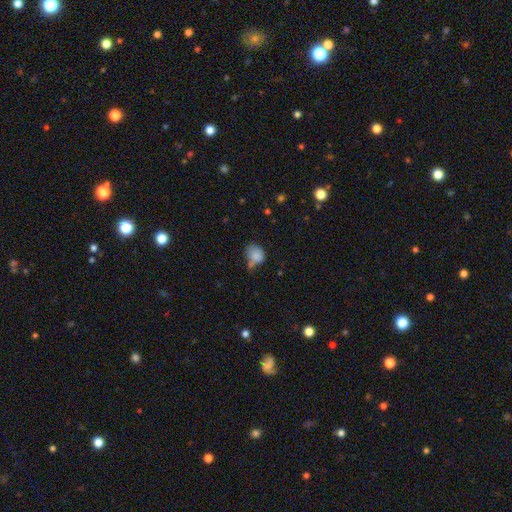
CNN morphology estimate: type=smooth (82%); roundness=round (51%); merging=none (42%).